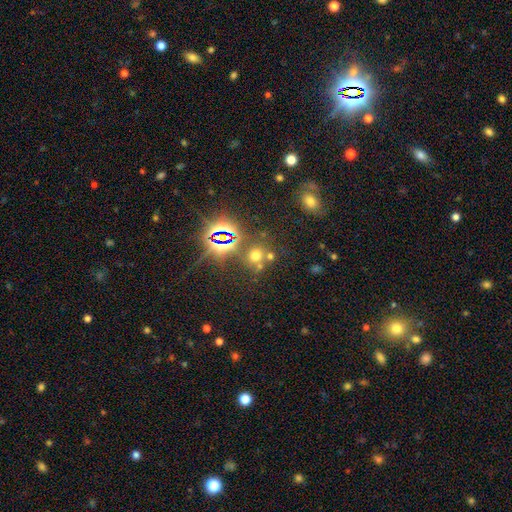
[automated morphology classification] type=smooth (52%); roundness=round (85%); merging=none (67%).